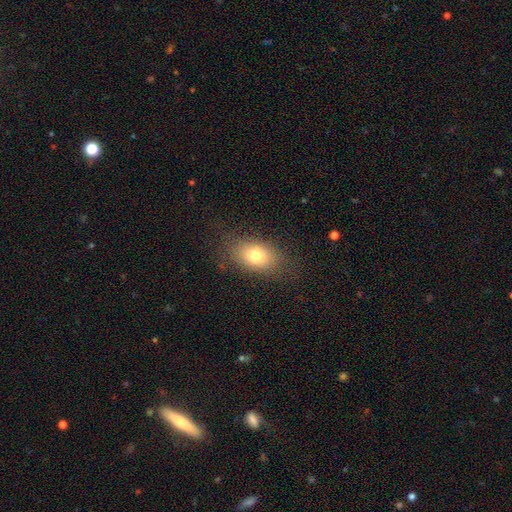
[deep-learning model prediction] This appears to be a smooth galaxy with no disk features (77%) that is in between round and cigar-shaped (84%). Merging: none (78%).